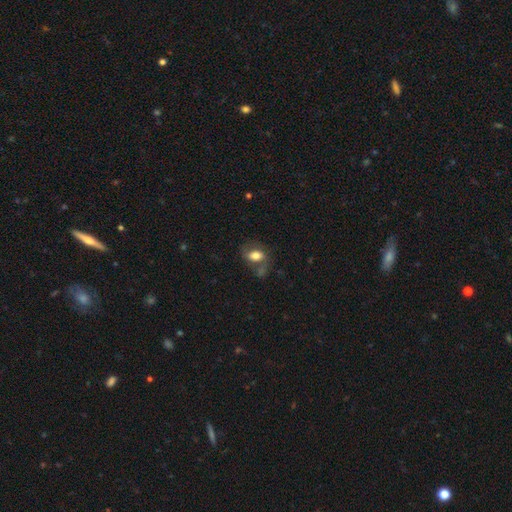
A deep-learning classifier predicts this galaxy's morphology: This is likely a smooth galaxy (62%). How rounded: clearly in between (81%). Merging: possibly none (50%).